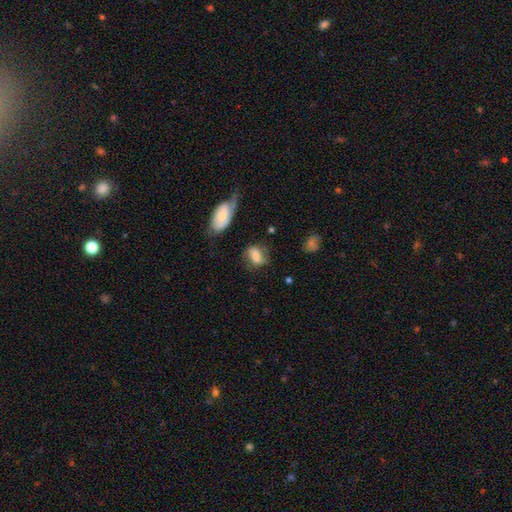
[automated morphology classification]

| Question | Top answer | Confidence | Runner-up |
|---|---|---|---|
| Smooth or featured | smooth | 62% | featured or disk (29%) |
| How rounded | in between | 74% | round (22%) |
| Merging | none | 59% | minor disturbance (23%) |